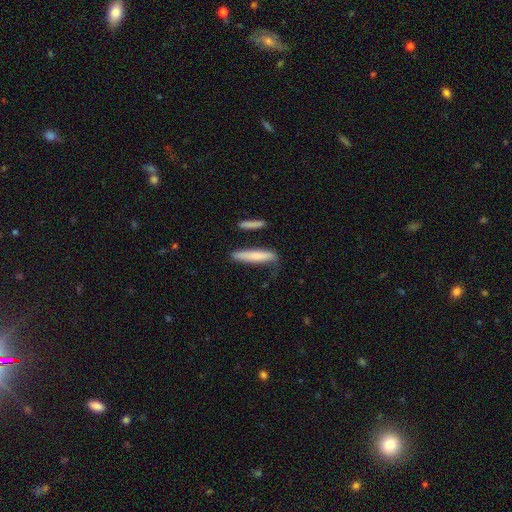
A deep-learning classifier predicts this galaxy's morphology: Smooth or featured? smooth (72%)
How rounded? cigar-shaped (91%)
Merging? none (68%)